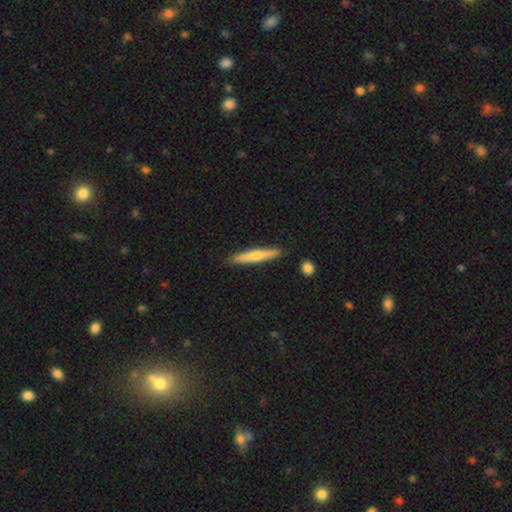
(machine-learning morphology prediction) Smooth or featured? Predicted: smooth (p=0.58). How rounded? Predicted: cigar-shaped (p=0.94). Merging? Predicted: none (p=0.89).